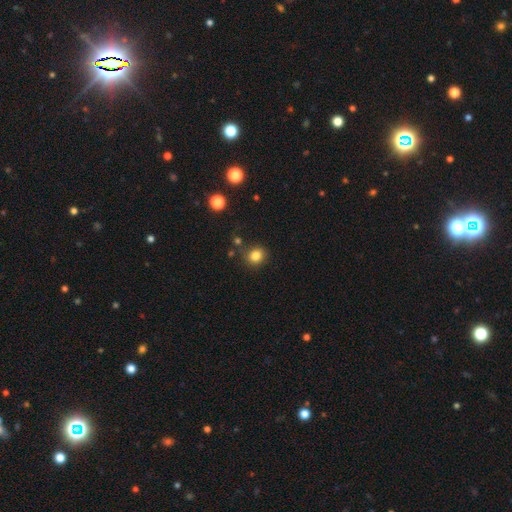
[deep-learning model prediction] Smooth or featured?
  - smooth: 82% *
  - star or artifact: 12%
  - featured or disk: 5%
How rounded?
  - round: 80% *
  - in between: 19%
  - cigar-shaped: 1%
Merging?
  - none: 82% *
  - minor disturbance: 10%
  - merger: 5%
  - major disturbance: 3%